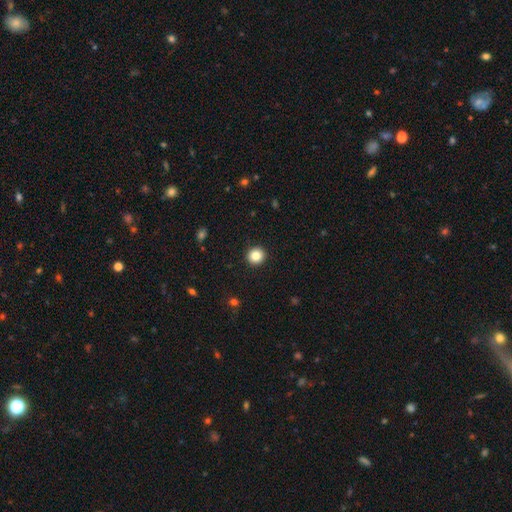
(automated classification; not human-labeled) The model was most divided on "smooth or featured": smooth: 85%, star or artifact: 10%, featured or disk: 5%. More confident: how rounded — round (95%); merging — none (93%).